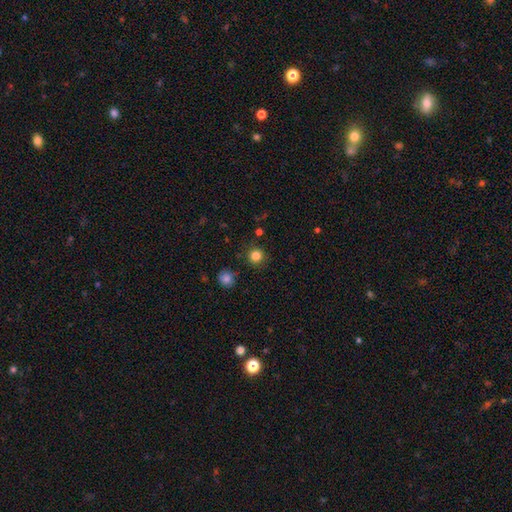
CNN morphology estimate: smooth-or-featured: smooth: 83% | star or artifact: 12% | featured or disk: 4%
  how-rounded: round: 94% | in between: 5% | cigar-shaped: 1%
  merging: none: 89% | minor disturbance: 7% | major disturbance: 2% | merger: 2%